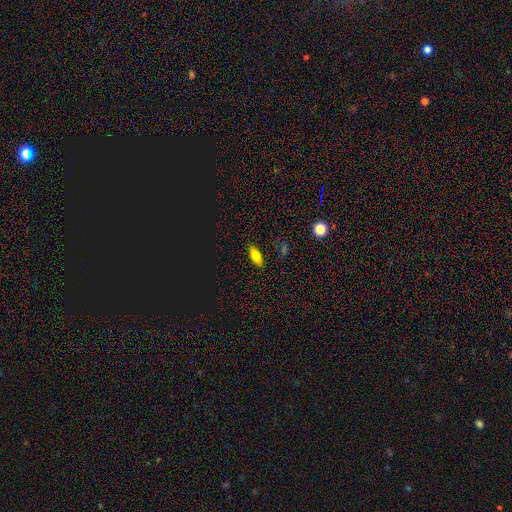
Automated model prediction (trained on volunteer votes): Smooth or featured? smooth (75%)
How rounded? in between (82%)
Merging? none (86%)